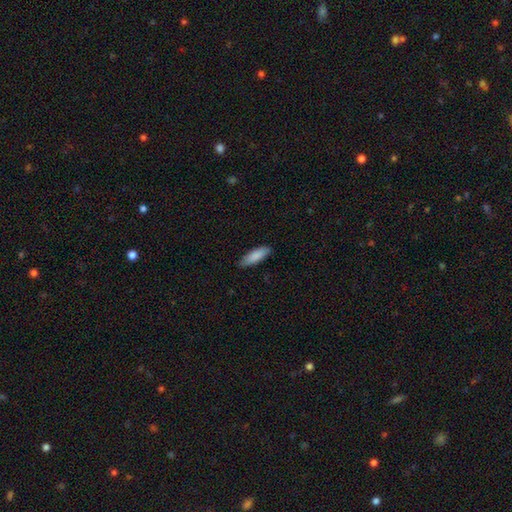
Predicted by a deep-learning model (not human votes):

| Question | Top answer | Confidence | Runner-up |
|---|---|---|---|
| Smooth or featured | smooth | 87% | featured or disk (7%) |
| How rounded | in between | 52% | cigar-shaped (47%) |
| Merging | none | 86% | minor disturbance (11%) |